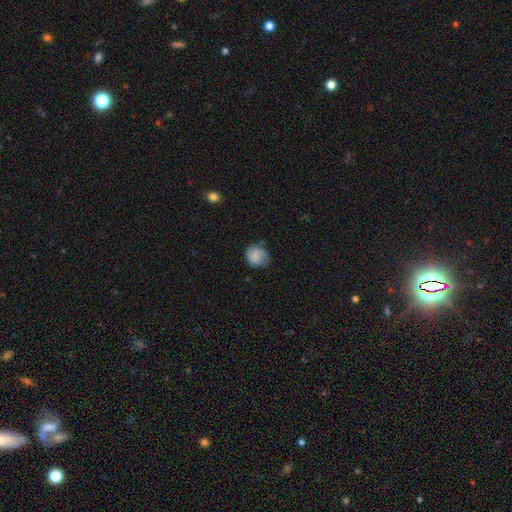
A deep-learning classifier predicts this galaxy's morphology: A smooth galaxy with no disk features (69%) that is round (72%). Merging: none (61%).